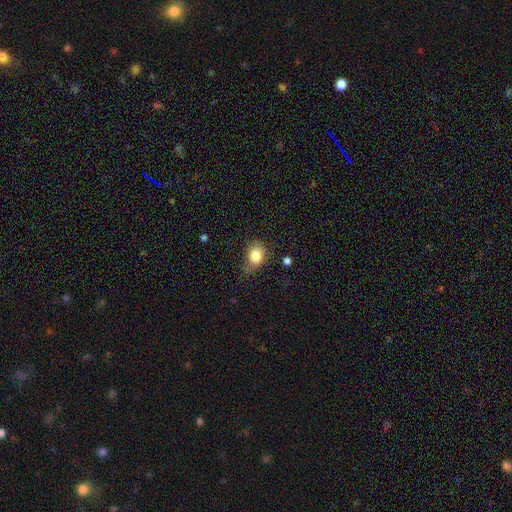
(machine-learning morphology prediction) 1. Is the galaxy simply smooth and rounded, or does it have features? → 81% smooth, 10% star or artifact, 9% featured or disk.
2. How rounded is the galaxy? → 57% in between, 42% round, 1% cigar-shaped.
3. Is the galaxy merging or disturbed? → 54% none, 32% minor disturbance, 11% major disturbance, 2% merger.